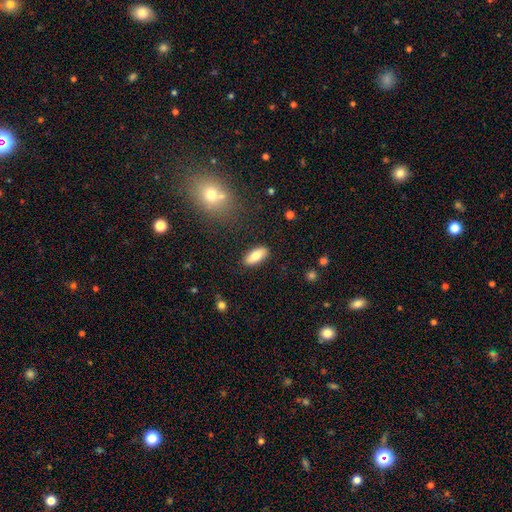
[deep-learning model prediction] smooth_or_featured: smooth (p=0.78) [alt: featured or disk p=0.15]
how_rounded: in between (p=0.83) [alt: cigar-shaped p=0.14]
merging: none (p=0.88) [alt: minor disturbance p=0.09]